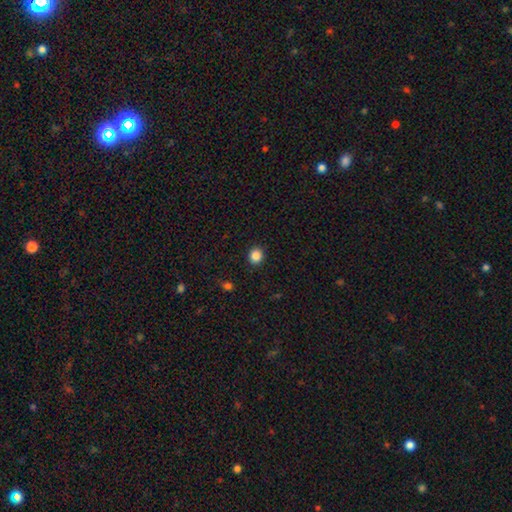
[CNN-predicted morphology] The model was most divided on "how rounded": round: 83%, in between: 16%, cigar-shaped: 1%. More confident: merging — none (91%); smooth or featured — smooth (86%).